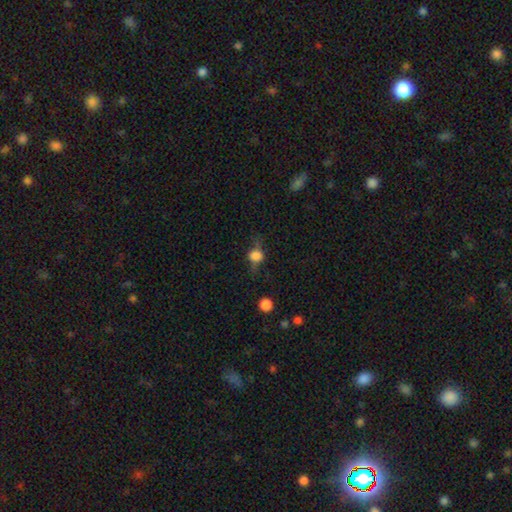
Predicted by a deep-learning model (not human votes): Smooth or featured? smooth (65%)
How rounded? round (71%)
Merging? none (55%)